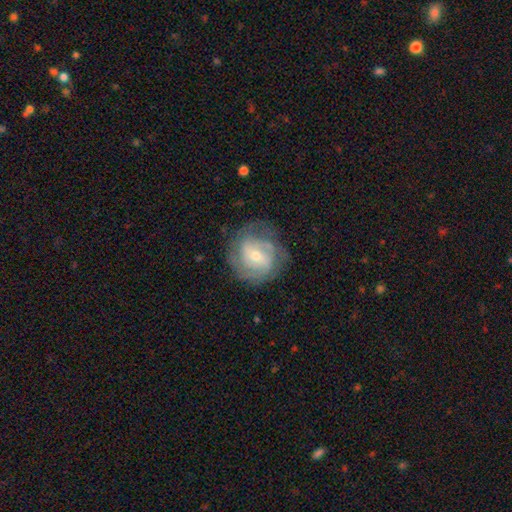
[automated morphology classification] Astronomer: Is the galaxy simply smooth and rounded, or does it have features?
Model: featured or disk — 78%.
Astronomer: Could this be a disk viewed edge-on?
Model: no — 98%.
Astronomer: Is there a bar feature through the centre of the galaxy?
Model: no — 50% (runner-up: weak, 39%).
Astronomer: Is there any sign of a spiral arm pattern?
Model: yes — 92%.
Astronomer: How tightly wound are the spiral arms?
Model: tight — 54% (runner-up: medium, 36%).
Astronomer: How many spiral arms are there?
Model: can't tell — 30% (runner-up: 2, 27%).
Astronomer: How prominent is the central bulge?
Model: small — 52% (runner-up: moderate, 44%).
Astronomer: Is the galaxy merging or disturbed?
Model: none — 71%.